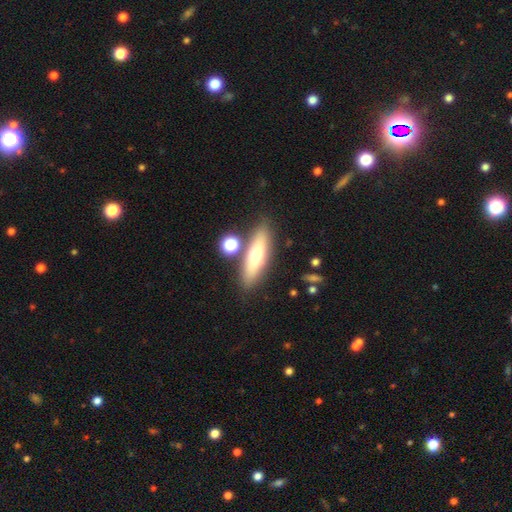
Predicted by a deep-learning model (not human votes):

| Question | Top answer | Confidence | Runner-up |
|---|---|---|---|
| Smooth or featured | smooth | 57% | featured or disk (35%) |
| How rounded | cigar-shaped | 61% | in between (35%) |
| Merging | none | 77% | minor disturbance (10%) |